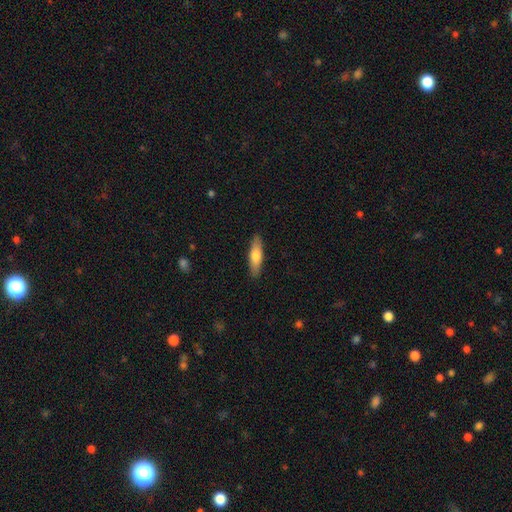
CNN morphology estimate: Smooth or featured? smooth (67%)
How rounded? cigar-shaped (59%)
Merging? none (89%)